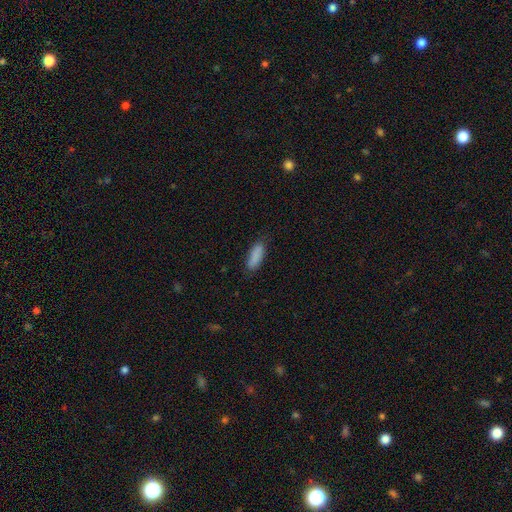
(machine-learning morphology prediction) Smooth or featured: smooth — 88% (star or artifact — 7%)
How rounded: in between — 66% (cigar-shaped — 33%)
Merging: none — 81% (minor disturbance — 15%)